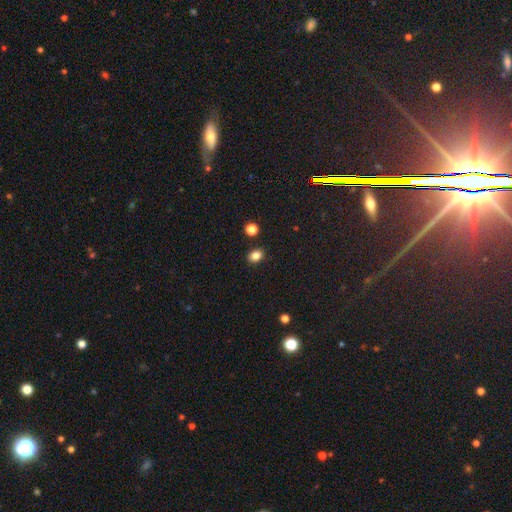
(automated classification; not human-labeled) The model was most divided on "how rounded": in between: 61%, round: 38%, cigar-shaped: 1%. More confident: merging — none (86%); smooth or featured — smooth (84%).